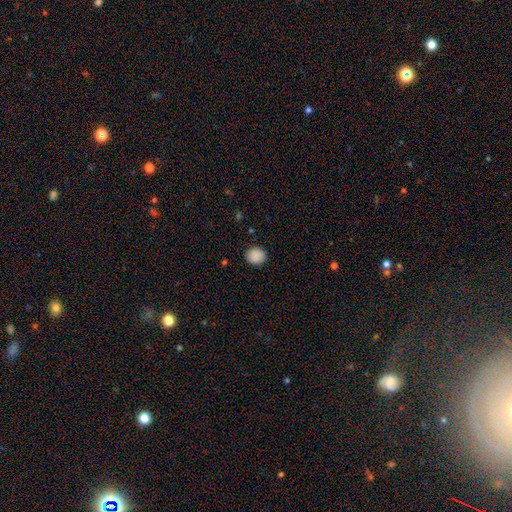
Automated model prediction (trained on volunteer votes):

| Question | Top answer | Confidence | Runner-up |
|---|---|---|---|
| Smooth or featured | smooth | 89% | star or artifact (8%) |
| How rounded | round | 79% | in between (20%) |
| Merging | none | 88% | minor disturbance (8%) |